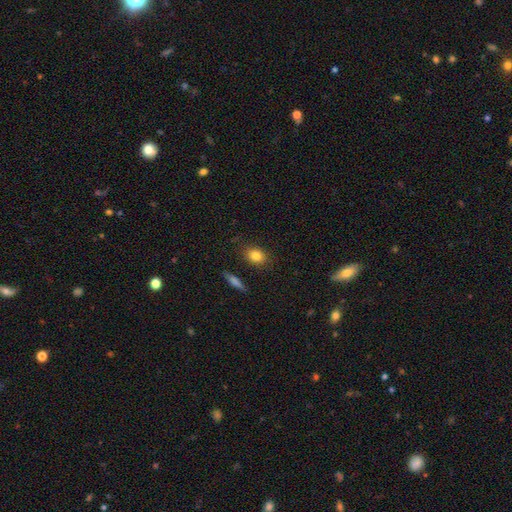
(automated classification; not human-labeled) Smooth or featured?
  - smooth: 83% *
  - star or artifact: 9%
  - featured or disk: 9%
How rounded?
  - in between: 60% *
  - round: 37%
  - cigar-shaped: 3%
Merging?
  - none: 84% *
  - minor disturbance: 11%
  - major disturbance: 3%
  - merger: 2%